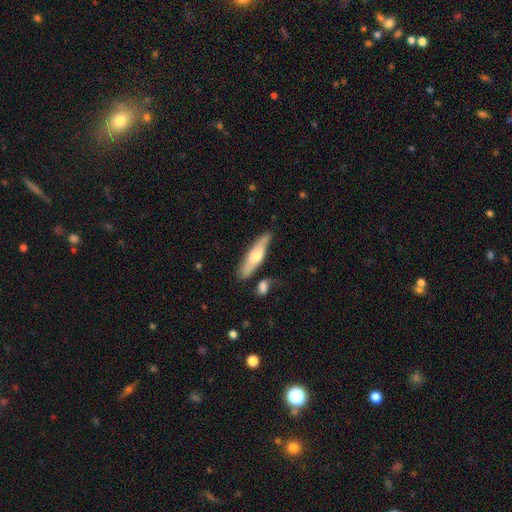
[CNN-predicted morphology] A smooth galaxy with no disk features (51%) that is cigar-shaped (73%).

Vote fractions:
- Smooth or featured? smooth: 51% / featured or disk: 43% / star or artifact: 5%
- How rounded? cigar-shaped: 73% / in between: 25% / round: 2%
- Merging? none: 72% / minor disturbance: 17% / merger: 7% / major disturbance: 4%